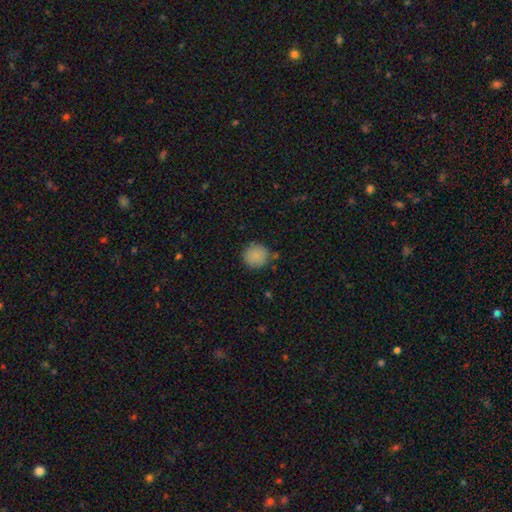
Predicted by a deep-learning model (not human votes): Smooth or featured?
  - smooth: 85% *
  - star or artifact: 8%
  - featured or disk: 7%
How rounded?
  - round: 93% *
  - in between: 6%
  - cigar-shaped: 1%
Merging?
  - none: 83% *
  - minor disturbance: 11%
  - merger: 3%
  - major disturbance: 3%